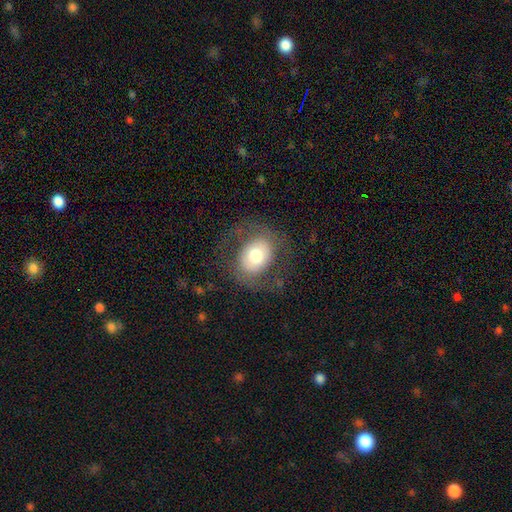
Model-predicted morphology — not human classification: smooth 59%, featured or disk 33%, star or artifact 9%. Down the decision tree: how rounded — round (50%); merging — none (70%).